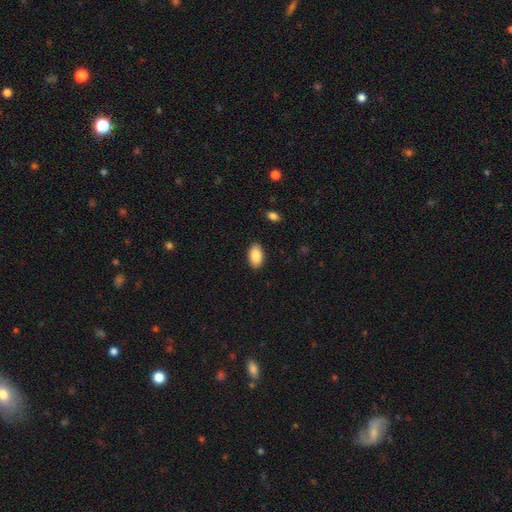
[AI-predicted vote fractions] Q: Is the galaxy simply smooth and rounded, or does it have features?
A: smooth — 88%.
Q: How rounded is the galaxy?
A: in between — 94%.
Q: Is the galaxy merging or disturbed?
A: none — 88%.